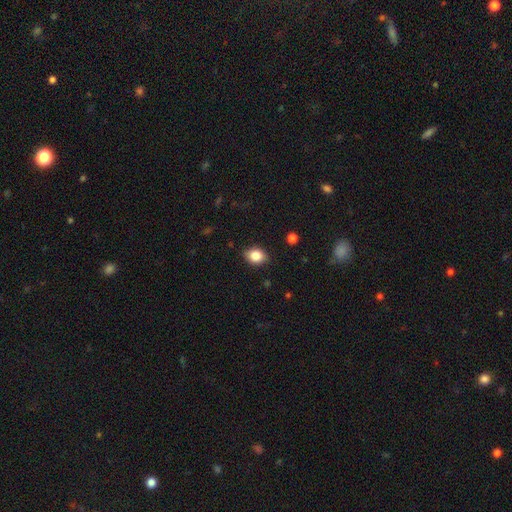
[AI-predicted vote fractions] Smooth or featured? Predicted: smooth (p=0.84). How rounded? Predicted: in between (p=0.67). Merging? Predicted: none (p=0.85).